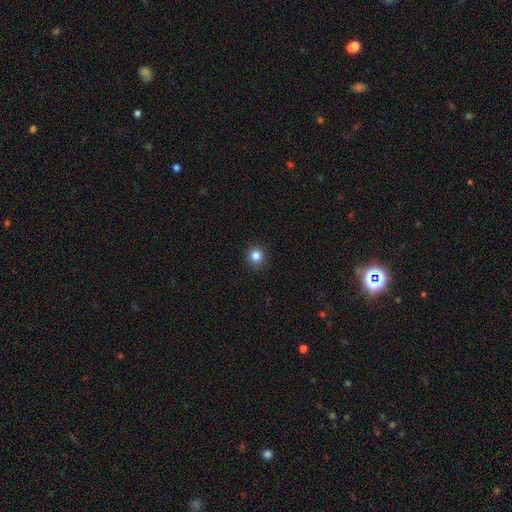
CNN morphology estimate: Overall: smooth (84%). How rounded: round (92%). Merging: none (92%).